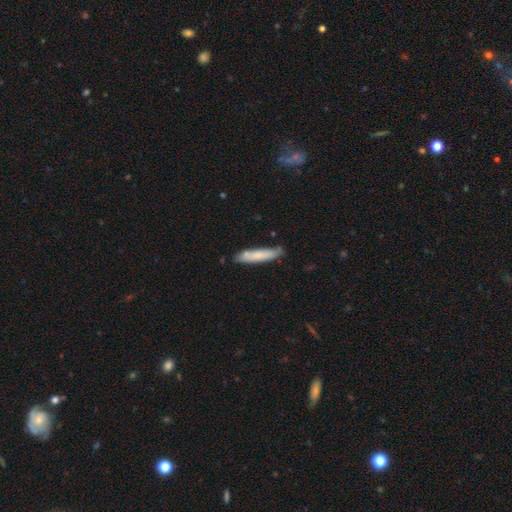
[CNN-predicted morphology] smooth-or-featured: smooth: 76% | featured or disk: 18% | star or artifact: 6%
  how-rounded: cigar-shaped: 89% | in between: 10% | round: 1%
  merging: none: 76% | minor disturbance: 18% | merger: 4% | major disturbance: 3%